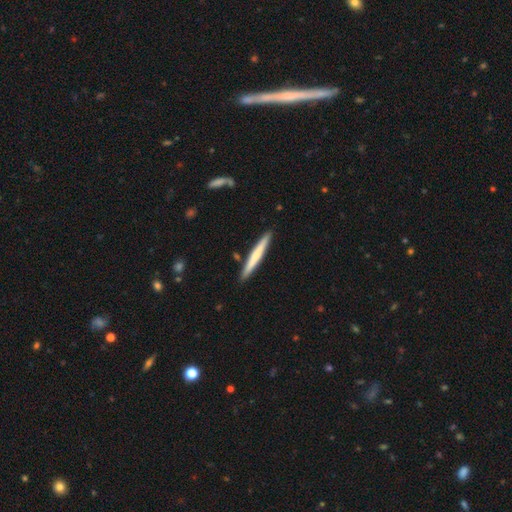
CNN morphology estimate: A smooth galaxy with no disk features (55%) that is cigar-shaped (96%). Merging: none (90%).